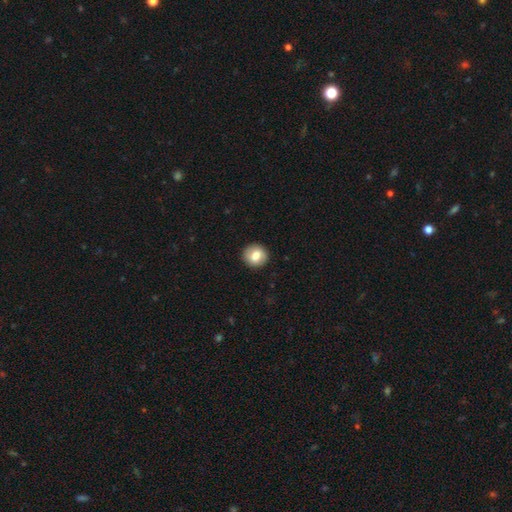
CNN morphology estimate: This is likely a smooth galaxy (78%). How rounded: clearly round (86%). Merging: clearly none (89%).